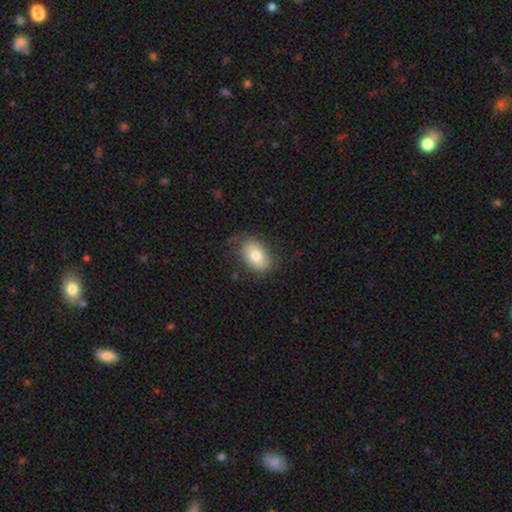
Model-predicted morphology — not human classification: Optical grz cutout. It shows a smooth galaxy with no disk features (75%) that is in between round and cigar-shaped (84%). Merging: none (73%).